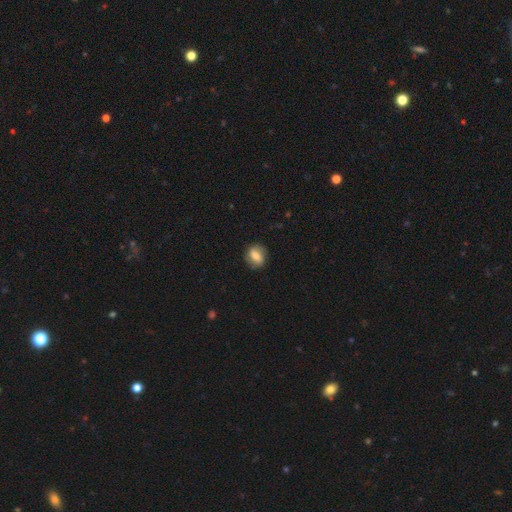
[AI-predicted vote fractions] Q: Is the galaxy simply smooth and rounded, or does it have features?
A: smooth — 62%.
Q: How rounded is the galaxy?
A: round — 50%.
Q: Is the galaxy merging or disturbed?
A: none — 83%.